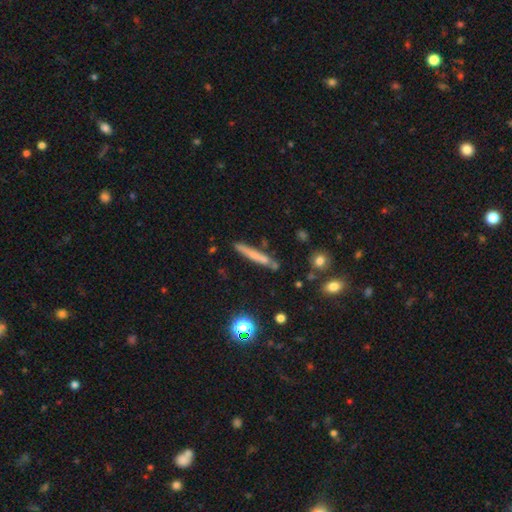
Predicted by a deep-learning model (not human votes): Overall: smooth (55%; featured or disk 35%). How rounded: cigar-shaped (93%). Merging: none (78%).